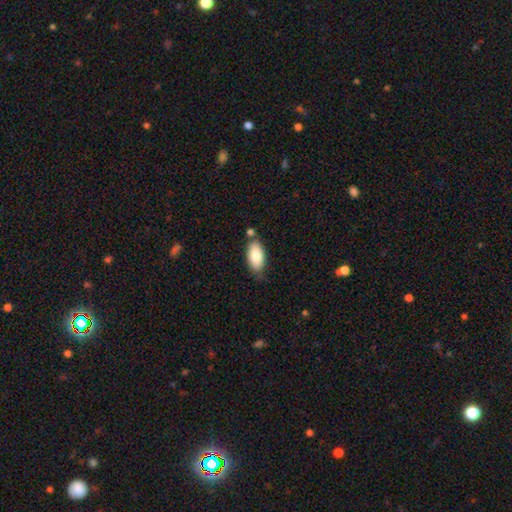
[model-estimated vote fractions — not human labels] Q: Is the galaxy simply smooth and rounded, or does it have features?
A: smooth — 83%.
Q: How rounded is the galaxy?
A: in between — 92%.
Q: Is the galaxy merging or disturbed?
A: none — 66%.